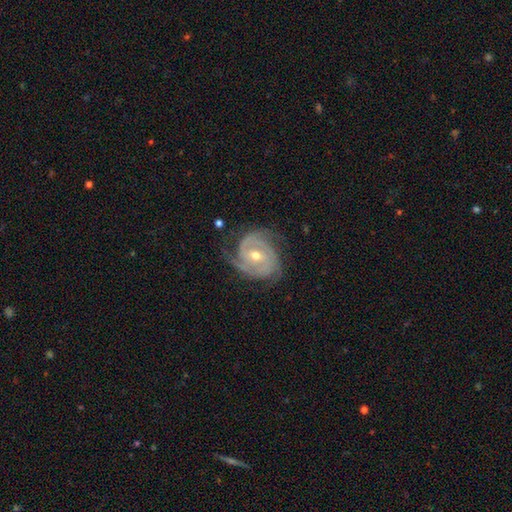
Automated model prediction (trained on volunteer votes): Smooth or featured?
  - featured or disk: 91% *
  - smooth: 5%
  - star or artifact: 4%
Edge-on disk?
  - no: 98% *
  - yes: 2%
Bar?
  - no: 49% *
  - weak: 36%
  - strong: 15%
Spiral arms?
  - yes: 98% *
  - no: 2%
Spiral winding?
  - tight: 65% *
  - medium: 30%
  - loose: 6%
Spiral arm count?
  - 2: 39% *
  - 3: 34%
  - can't tell: 12%
  - 4: 6%
  - 1: 5%
  - more than 4: 4%
Bulge size?
  - moderate: 59% *
  - small: 38%
  - large: 1%
  - none: 1%
  - dominant: 1%
Merging?
  - none: 72% *
  - minor disturbance: 19%
  - major disturbance: 8%
  - merger: 1%